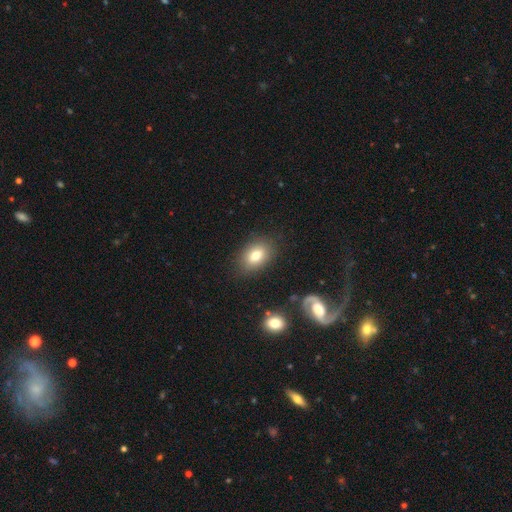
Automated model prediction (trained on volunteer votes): A smooth galaxy with no disk features (76%) that is in between round and cigar-shaped (80%).

Vote fractions:
- Smooth or featured? smooth: 76% / featured or disk: 14% / star or artifact: 10%
- How rounded? in between: 80% / round: 19% / cigar-shaped: 1%
- Merging? none: 83% / minor disturbance: 11% / major disturbance: 4% / merger: 2%